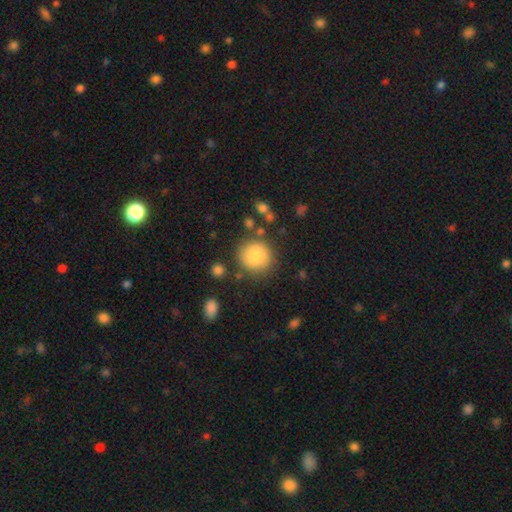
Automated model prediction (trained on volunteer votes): smooth-or-featured: smooth: 83% | featured or disk: 9% | star or artifact: 8%
  how-rounded: round: 91% | in between: 8% | cigar-shaped: 1%
  merging: none: 80% | minor disturbance: 11% | major disturbance: 4% | merger: 4%